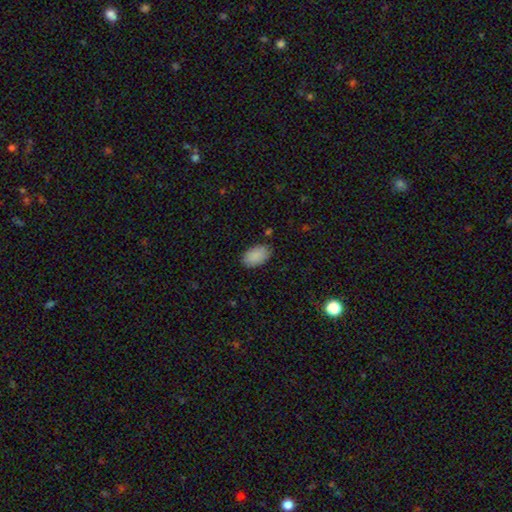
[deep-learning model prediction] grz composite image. It shows a smooth galaxy with no disk features (90%) that is in between round and cigar-shaped (94%). Merging: none (84%).